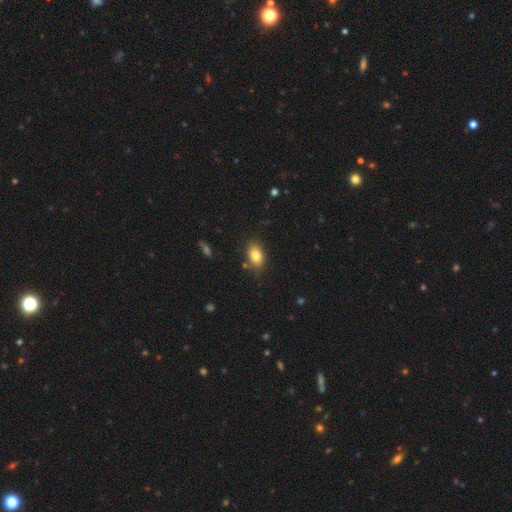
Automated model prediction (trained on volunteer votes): Smooth or featured: smooth — 81% (featured or disk — 10%)
How rounded: in between — 88% (round — 10%)
Merging: none — 80% (minor disturbance — 13%)